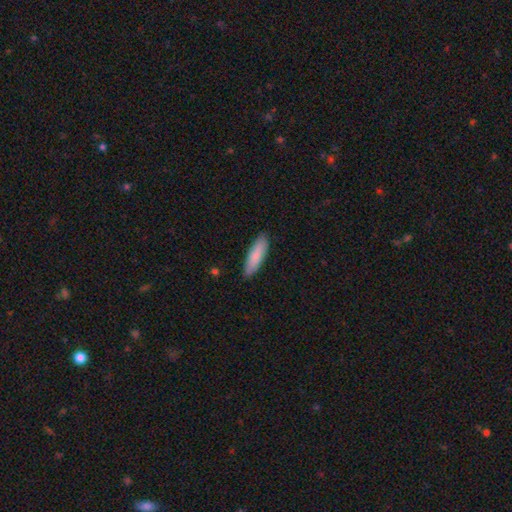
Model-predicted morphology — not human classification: smooth 86%, featured or disk 9%, star or artifact 5%. Down the decision tree: how rounded — cigar-shaped (62%); merging — none (87%).